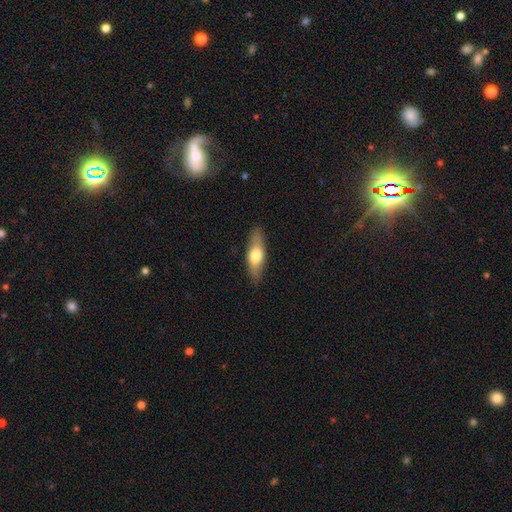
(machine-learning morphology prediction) A smooth galaxy with no disk features (59%) that is in between round and cigar-shaped (51%). Merging: none (86%).